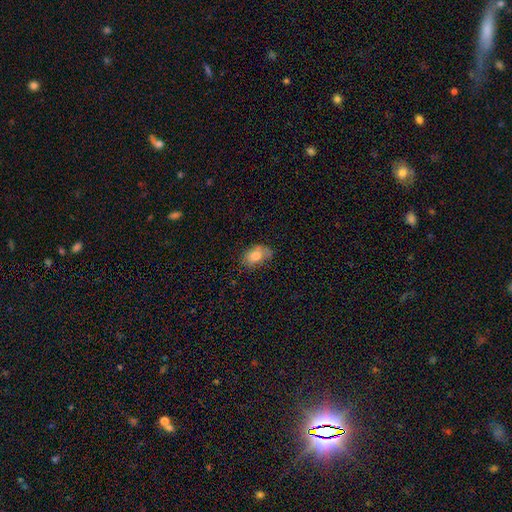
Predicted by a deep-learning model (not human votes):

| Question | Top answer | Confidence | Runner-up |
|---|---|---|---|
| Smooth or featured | smooth | 77% | featured or disk (14%) |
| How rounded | in between | 84% | round (14%) |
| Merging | none | 56% | minor disturbance (31%) |